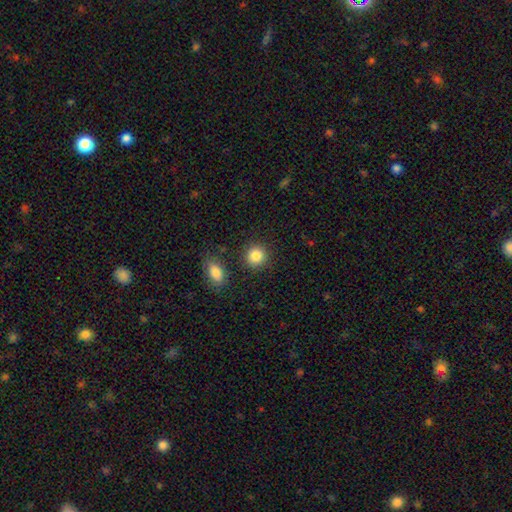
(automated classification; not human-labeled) This appears to be a smooth galaxy with no disk features (87%) that is round (88%). Merging: none (87%).